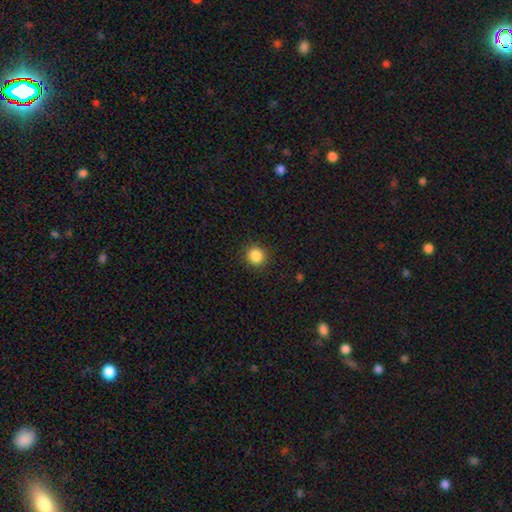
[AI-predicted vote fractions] Smooth or featured? Predicted: smooth (p=0.86). How rounded? Predicted: round (p=0.92). Merging? Predicted: none (p=0.91).